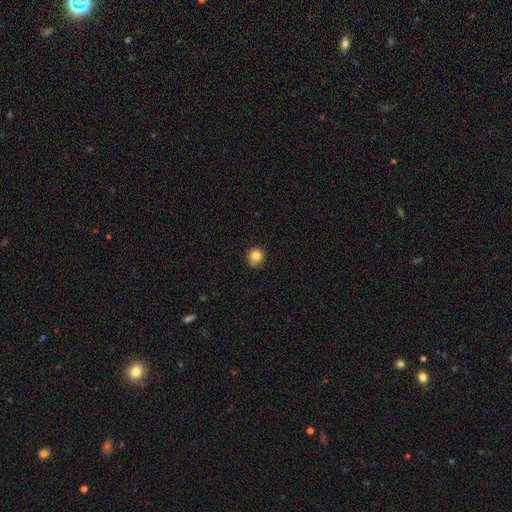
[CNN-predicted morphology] A smooth galaxy with no disk features (84%) that is round (92%).

Vote fractions:
- Smooth or featured? smooth: 84% / star or artifact: 11% / featured or disk: 5%
- How rounded? round: 92% / in between: 7% / cigar-shaped: 1%
- Merging? none: 75% / minor disturbance: 19% / major disturbance: 3% / merger: 2%